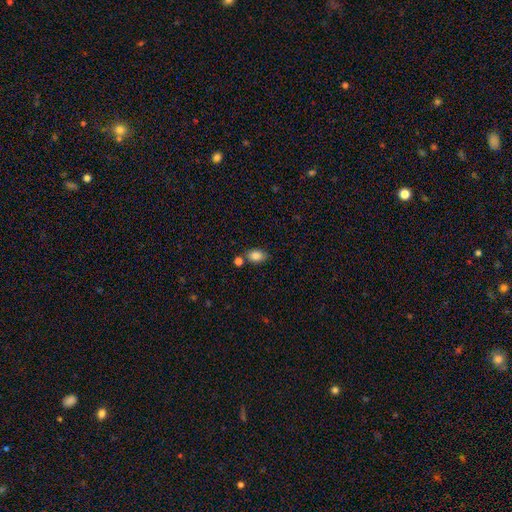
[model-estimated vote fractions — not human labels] Smooth or featured: smooth — 85% (star or artifact — 9%)
How rounded: in between — 81% (round — 18%)
Merging: none — 67% (minor disturbance — 16%)